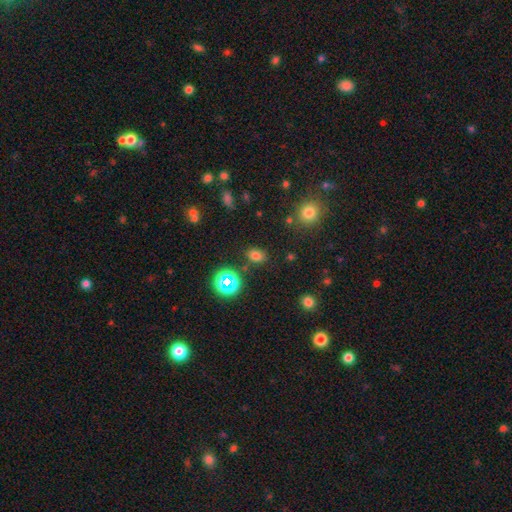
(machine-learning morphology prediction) A smooth galaxy with no disk features (70%) that is in between round and cigar-shaped (70%).

Vote fractions:
- Smooth or featured? smooth: 70% / star or artifact: 23% / featured or disk: 7%
- How rounded? in between: 70% / round: 28% / cigar-shaped: 1%
- Merging? none: 82% / minor disturbance: 11% / merger: 4% / major disturbance: 3%